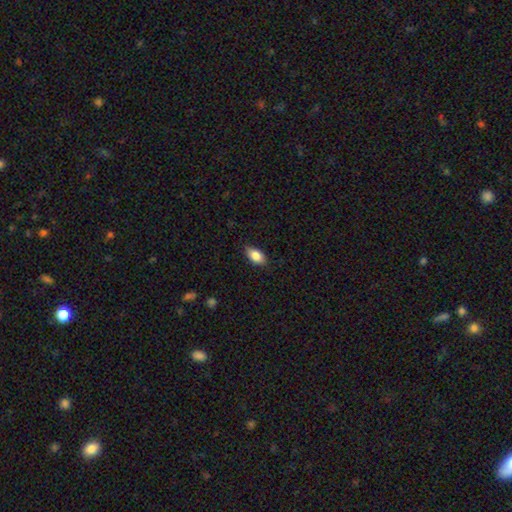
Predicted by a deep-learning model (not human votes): The model was most divided on "merging": none: 83%, minor disturbance: 14%, major disturbance: 2%, merger: 1%. More confident: how rounded — in between (91%); smooth or featured — smooth (85%).